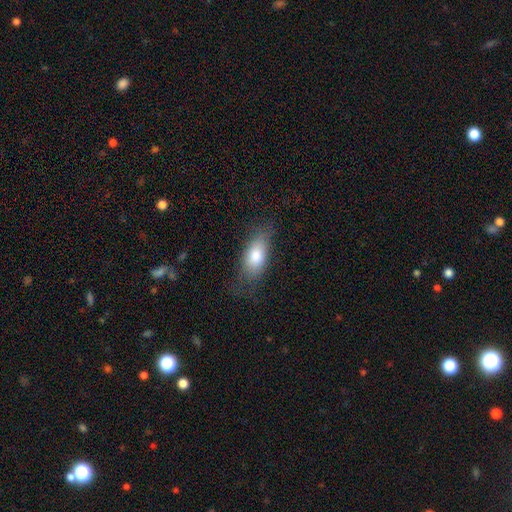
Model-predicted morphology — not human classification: smooth_or_featured: smooth (p=0.77) [alt: featured or disk p=0.15]
how_rounded: in between (p=0.83) [alt: cigar-shaped p=0.13]
merging: none (p=0.65) [alt: minor disturbance p=0.23]